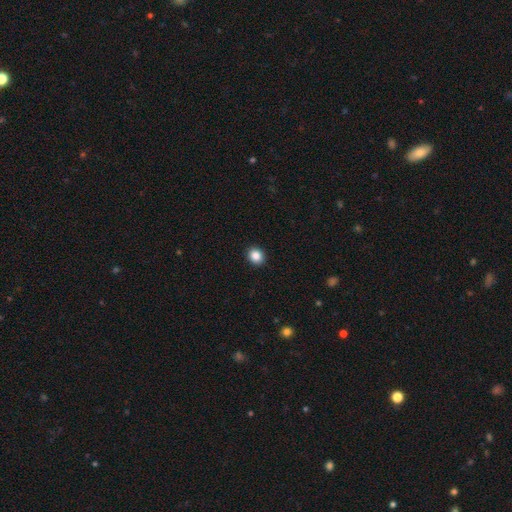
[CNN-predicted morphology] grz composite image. It shows a smooth galaxy with no disk features (86%) that is round (74%). Merging: none (92%).